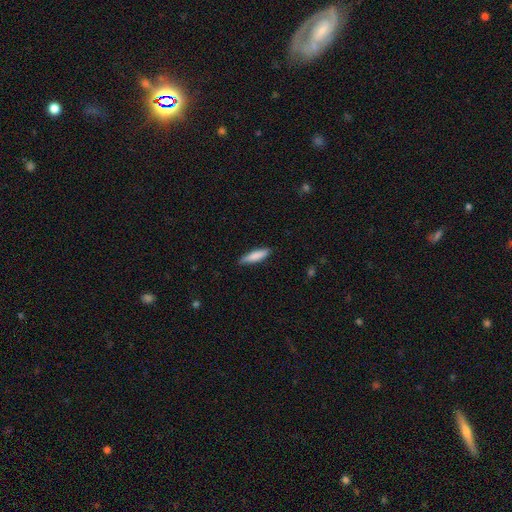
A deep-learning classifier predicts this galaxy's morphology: smooth 84%, featured or disk 11%, star or artifact 5%. Down the decision tree: how rounded — cigar-shaped (73%); merging — none (85%).